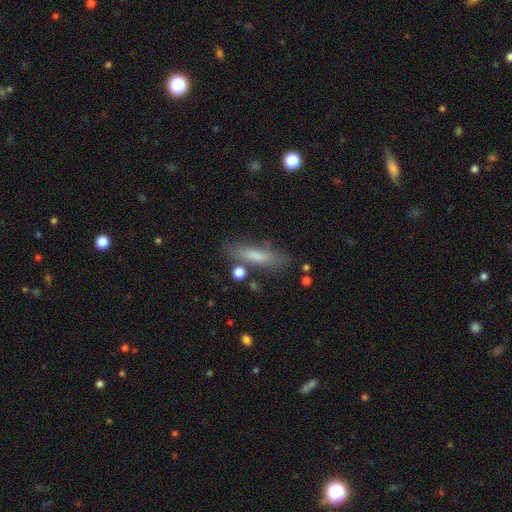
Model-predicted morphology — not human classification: This is likely a smooth galaxy (69%). How rounded: likely cigar-shaped (75%). Merging: likely none (78%).